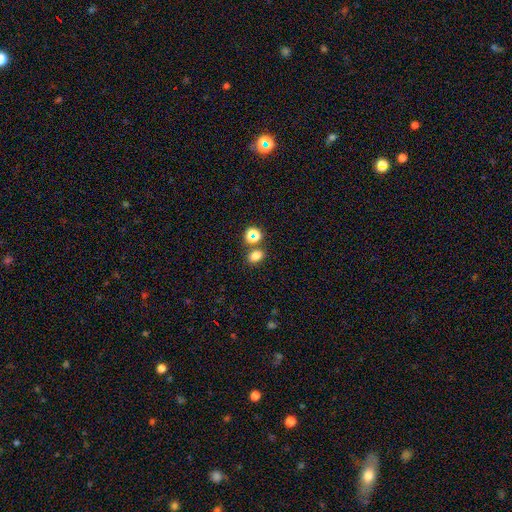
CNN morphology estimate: The model was most divided on "how rounded": in between: 64%, round: 35%, cigar-shaped: 1%. More confident: smooth or featured — smooth (76%); merging — none (73%).